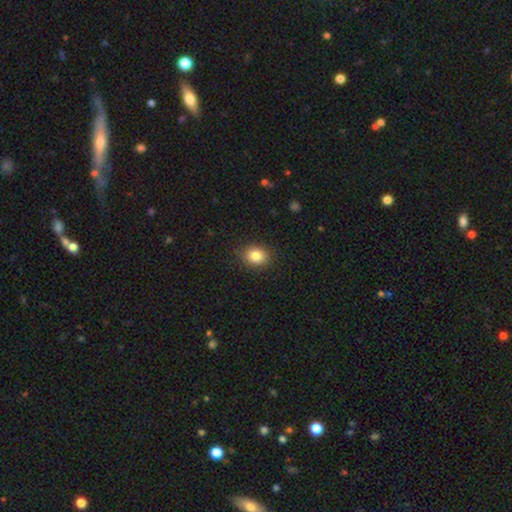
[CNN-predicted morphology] This is clearly a smooth galaxy (84%). How rounded: possibly in between (52%). Merging: clearly none (88%).